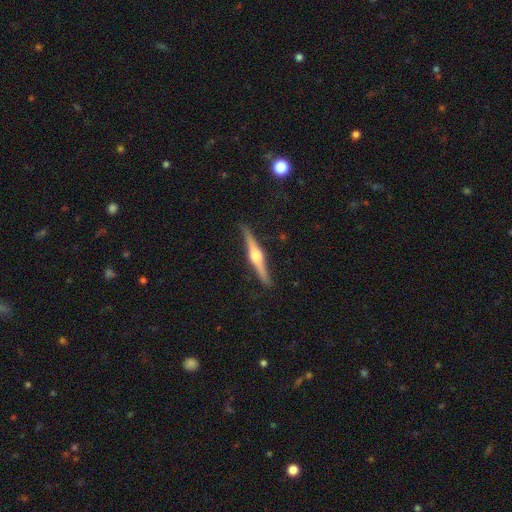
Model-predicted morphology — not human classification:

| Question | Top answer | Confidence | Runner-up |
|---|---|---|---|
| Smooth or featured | featured or disk | 79% | smooth (16%) |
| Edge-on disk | yes | 98% | no (2%) |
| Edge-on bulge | rounded | 91% | boxy (6%) |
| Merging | none | 89% | minor disturbance (8%) |